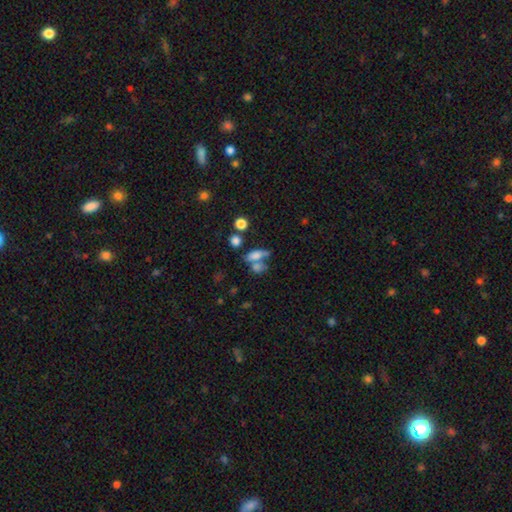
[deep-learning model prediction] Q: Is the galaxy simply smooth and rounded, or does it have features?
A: smooth — 69%.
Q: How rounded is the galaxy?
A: in between — 69%.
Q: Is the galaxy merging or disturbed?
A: none — 40%.